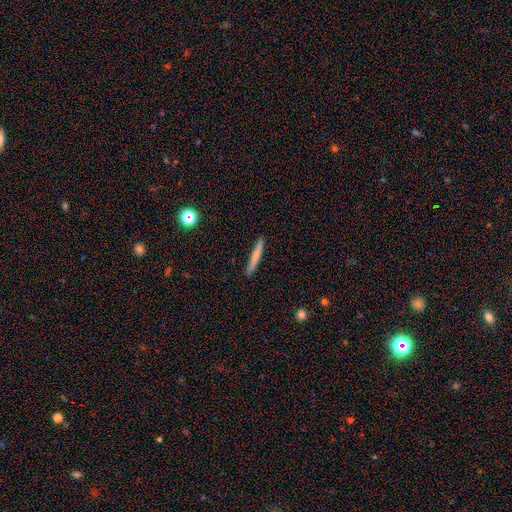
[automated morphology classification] Overall: smooth (68%). How rounded: cigar-shaped (96%). Merging: none (91%).